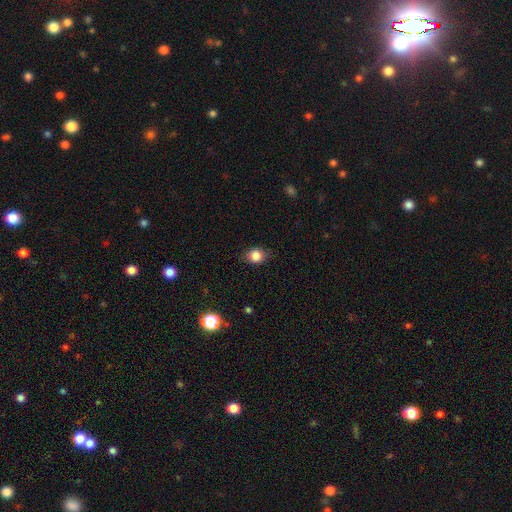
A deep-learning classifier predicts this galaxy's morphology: A smooth galaxy with no disk features (83%) that is round (60%). Merging: none (79%).